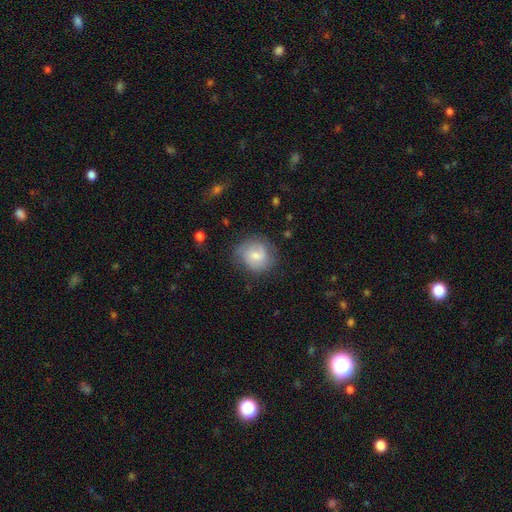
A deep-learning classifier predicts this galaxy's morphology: smooth 59%, featured or disk 34%, star or artifact 7%. Down the decision tree: how rounded — round (82%); merging — none (70%).